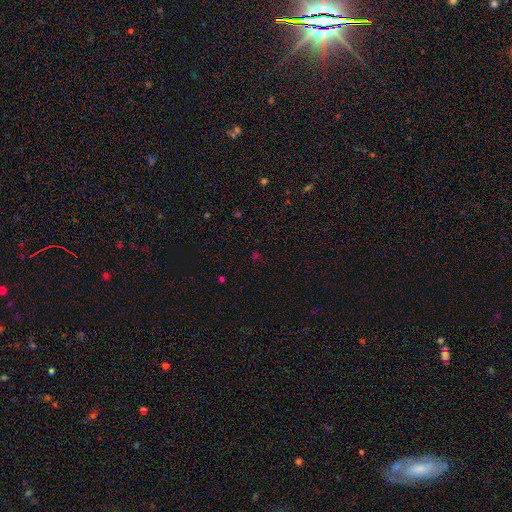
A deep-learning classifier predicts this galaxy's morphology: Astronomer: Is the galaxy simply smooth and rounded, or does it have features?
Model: star or artifact — 60%.